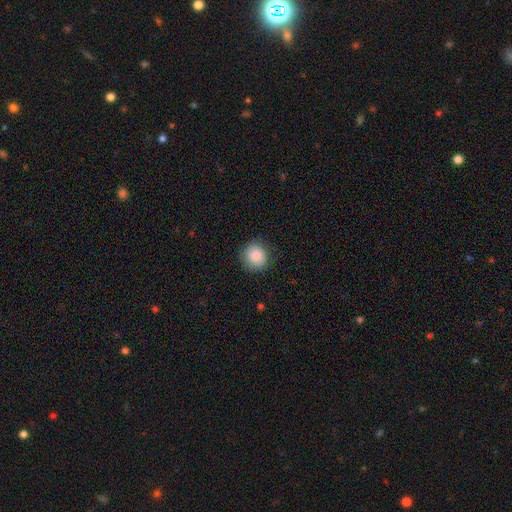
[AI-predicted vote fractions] Morphology: type=smooth (87%); roundness=round (89%); merging=none (84%).